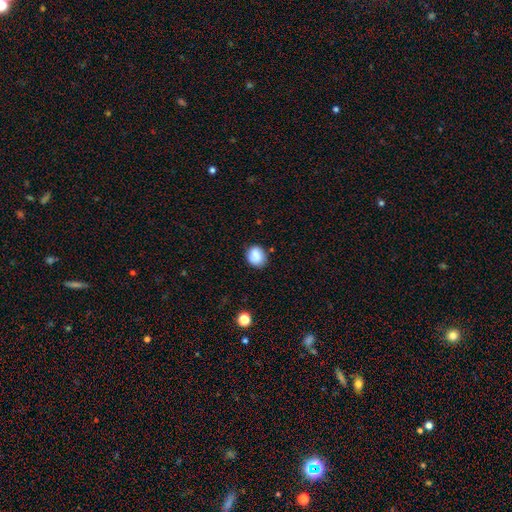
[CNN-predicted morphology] A smooth galaxy with no disk features (84%) that is round (62%).

Vote fractions:
- Smooth or featured? smooth: 84% / star or artifact: 9% / featured or disk: 7%
- How rounded? round: 62% / in between: 37% / cigar-shaped: 1%
- Merging? none: 77% / minor disturbance: 17% / major disturbance: 4% / merger: 3%